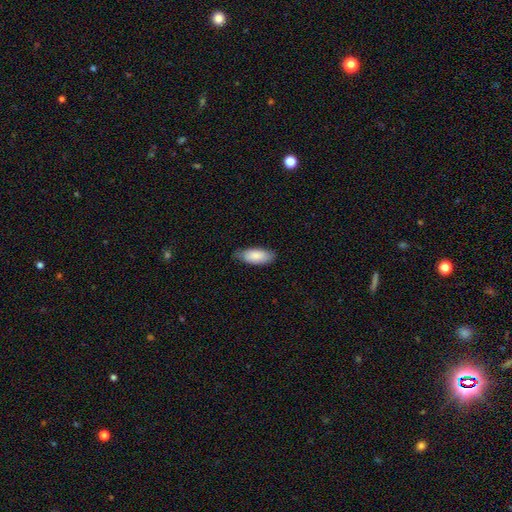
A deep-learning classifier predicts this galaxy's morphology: smooth_or_featured: smooth (p=0.87) [alt: featured or disk p=0.08]
how_rounded: in between (p=0.86) [alt: cigar-shaped p=0.13]
merging: none (p=0.77) [alt: minor disturbance p=0.19]